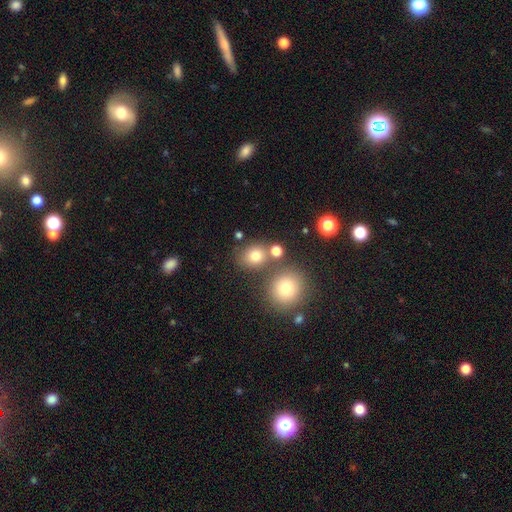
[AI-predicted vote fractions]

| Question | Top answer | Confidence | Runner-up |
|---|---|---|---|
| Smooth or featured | smooth | 75% | star or artifact (16%) |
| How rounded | round | 67% | in between (31%) |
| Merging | none | 67% | merger (18%) |